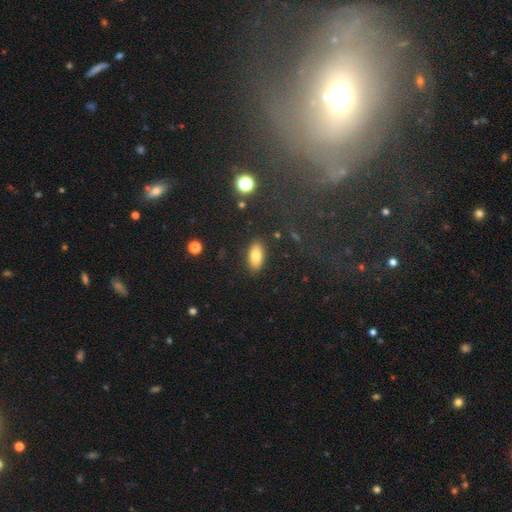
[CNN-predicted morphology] type=smooth (81%); roundness=in between (90%); merging=none (87%).